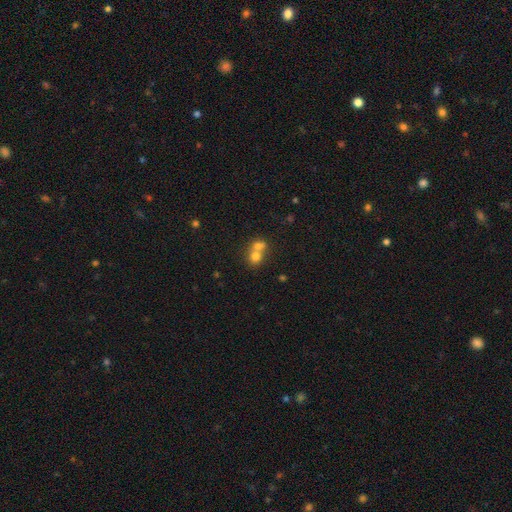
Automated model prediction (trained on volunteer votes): Q: Smooth or featured?
A: smooth (73%); runner-up: featured or disk (15%)
Q: How rounded?
A: round (68%); runner-up: in between (31%)
Q: Merging?
A: merger (65%); runner-up: none (27%)